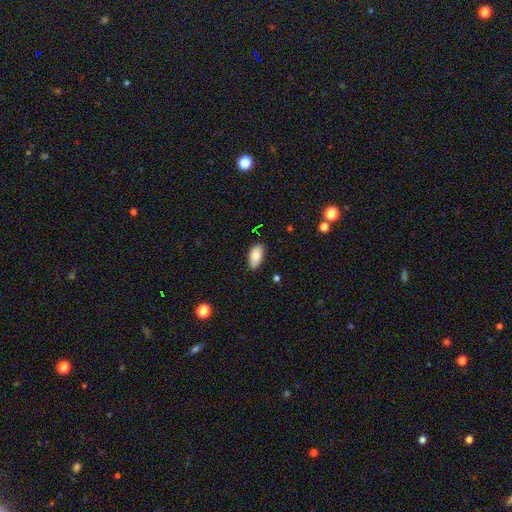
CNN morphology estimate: smooth 85%, featured or disk 8%, star or artifact 7%. Down the decision tree: how rounded — in between (94%); merging — none (81%).